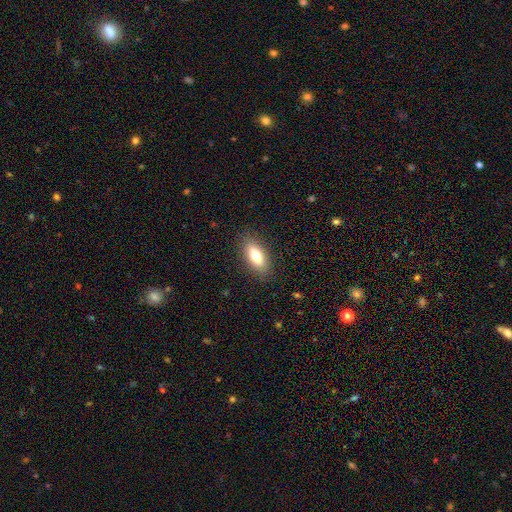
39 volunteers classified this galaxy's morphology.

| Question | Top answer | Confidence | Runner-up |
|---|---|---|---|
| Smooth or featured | smooth | 87% | featured or disk (8%) |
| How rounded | in between | 88% | cigar-shaped (12%) |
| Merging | none | 86% | minor disturbance (11%) |